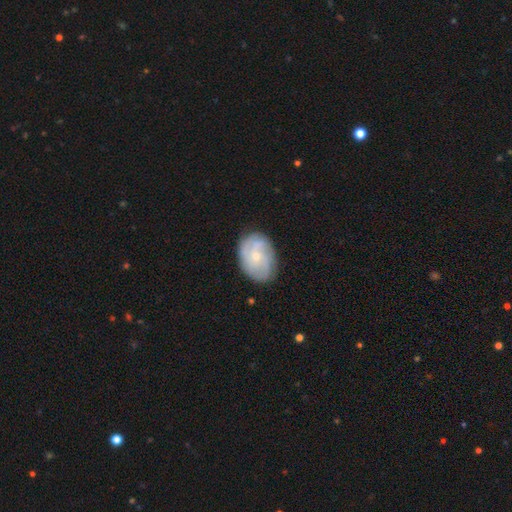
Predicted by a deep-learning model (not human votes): featured or disk 66%, smooth 27%, star or artifact 6%. Down the decision tree: edge-on disk — no (97%); bar — no (72%); spiral arms — yes (89%); spiral arm count — can't tell (36%); spiral winding — tight (49%); bulge size — small (64%); merging — none (78%).